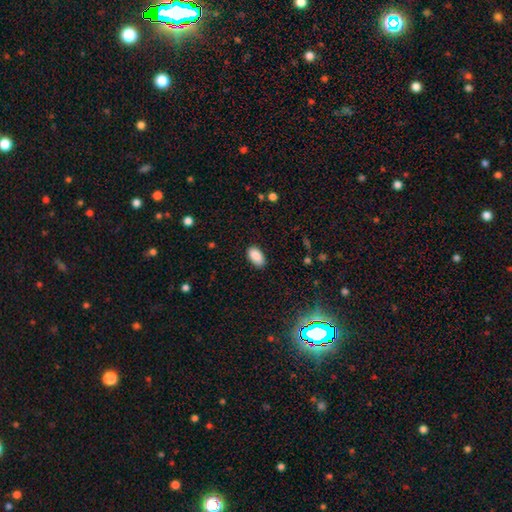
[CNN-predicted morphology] A smooth galaxy with no disk features (89%) that is in between round and cigar-shaped (94%). Merging: none (85%).